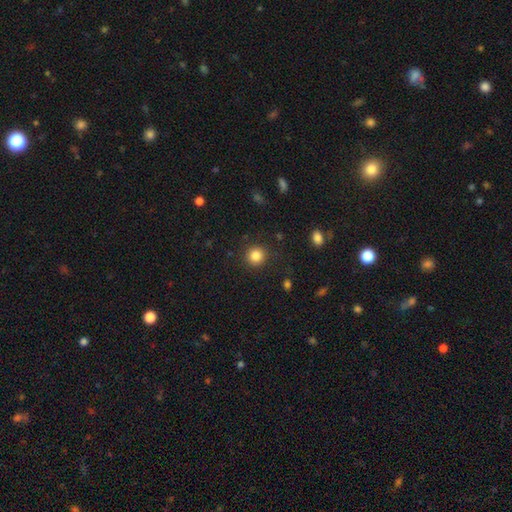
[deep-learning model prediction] This is clearly a smooth galaxy (85%). How rounded: clearly round (93%). Merging: clearly none (89%).